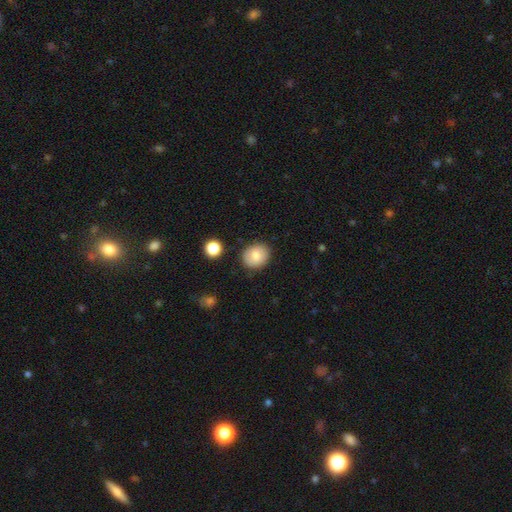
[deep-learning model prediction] Q: Smooth or featured?
A: smooth (81%); runner-up: featured or disk (11%)
Q: How rounded?
A: round (68%); runner-up: in between (31%)
Q: Merging?
A: none (85%); runner-up: minor disturbance (11%)